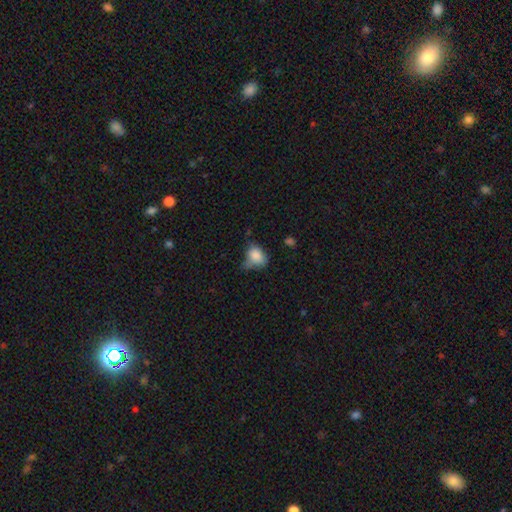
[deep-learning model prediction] Smooth or featured: smooth — 83% (star or artifact — 9%)
How rounded: in between — 64% (round — 35%)
Merging: minor disturbance — 38% (tied with none — 38%)